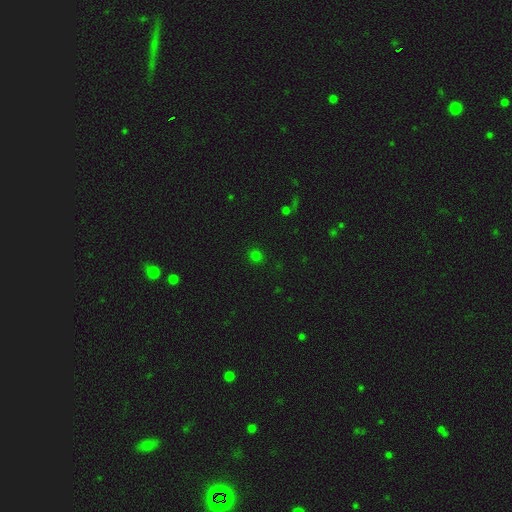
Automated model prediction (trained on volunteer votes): This is likely a smooth galaxy (75%). How rounded: clearly round (85%). Merging: clearly none (89%).